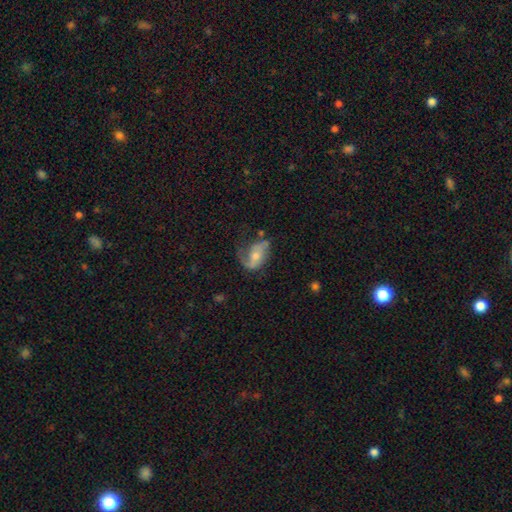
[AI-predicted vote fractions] This appears to be a featured or disk galaxy (64%) with no bar (55%), 2 (52%) loose (50%) spiral arms (83%) and a moderate central bulge (50%). Merging: none (40%).